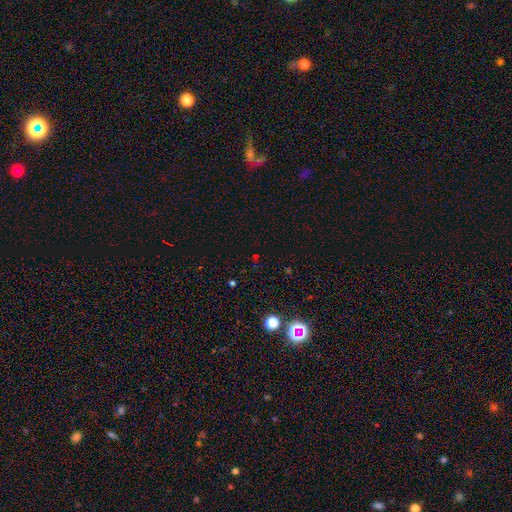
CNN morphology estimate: A star or artifact, not a galaxy (67%).